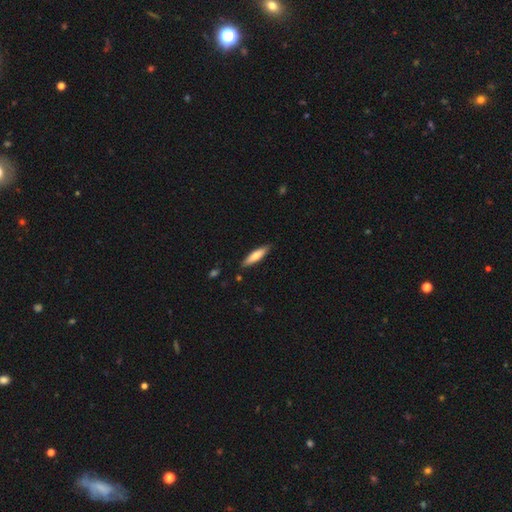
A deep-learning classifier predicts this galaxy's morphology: smooth 70%, featured or disk 25%, star or artifact 5%. Down the decision tree: how rounded — cigar-shaped (71%); merging — none (86%).